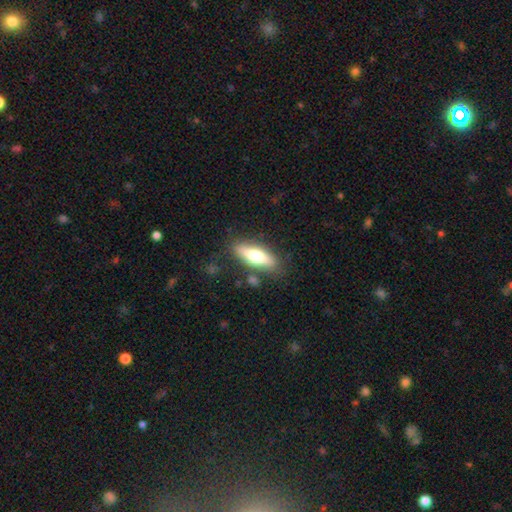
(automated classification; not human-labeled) The model was most divided on "how rounded": in between: 54%, cigar-shaped: 44%, round: 2%. More confident: merging — none (79%); smooth or featured — smooth (60%).